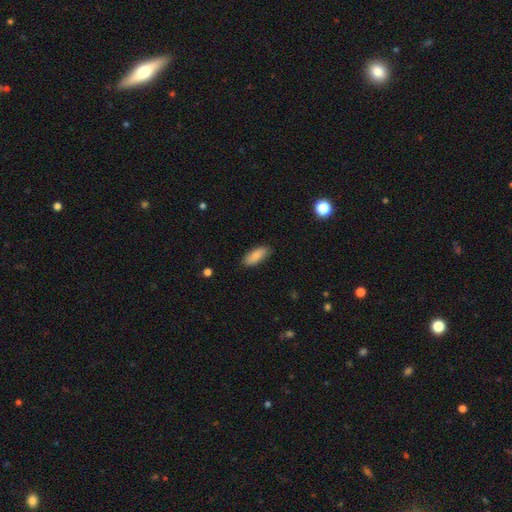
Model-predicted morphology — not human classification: Overall: smooth (85%). How rounded: in between (81%). Merging: none (84%).